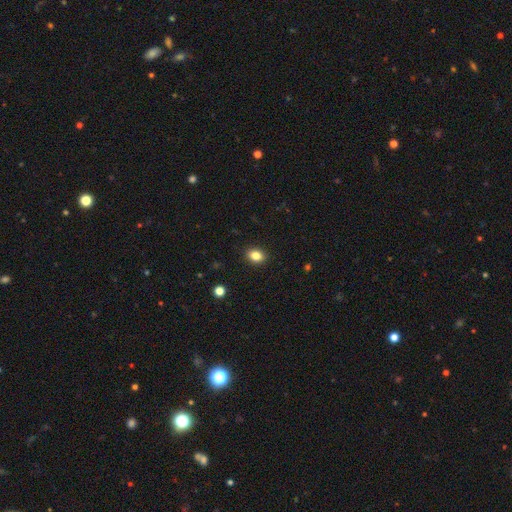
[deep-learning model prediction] A smooth galaxy with no disk features (85%) that is in between round and cigar-shaped (63%).

Vote fractions:
- Smooth or featured? smooth: 85% / star or artifact: 10% / featured or disk: 5%
- How rounded? in between: 63% / round: 36% / cigar-shaped: 1%
- Merging? none: 90% / minor disturbance: 7% / major disturbance: 2% / merger: 1%